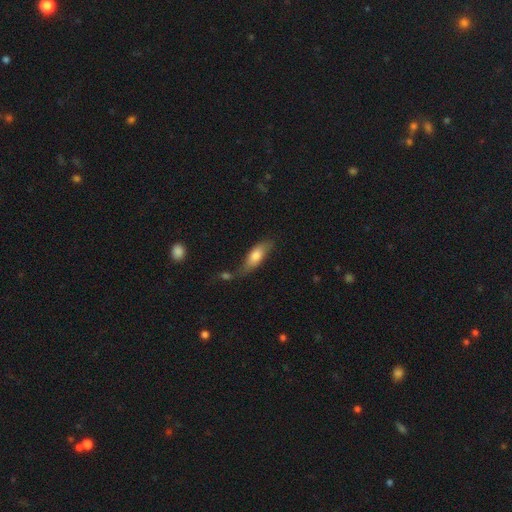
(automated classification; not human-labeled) This appears to be a smooth galaxy with no disk features (70%) that is in between round and cigar-shaped (68%). Merging: none (53%).